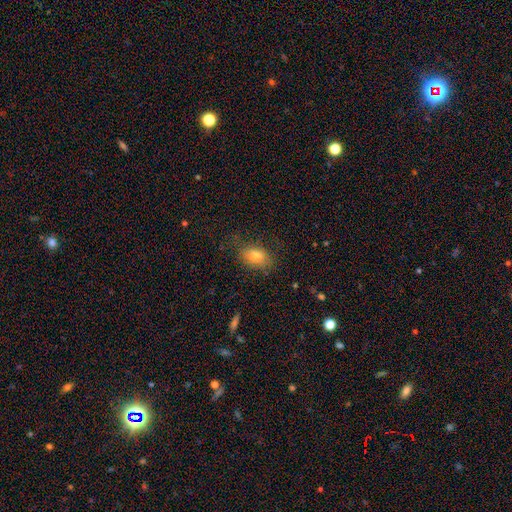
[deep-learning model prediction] Smooth or featured: smooth — 76% (featured or disk — 13%)
How rounded: in between — 81% (round — 17%)
Merging: none — 72% (minor disturbance — 20%)